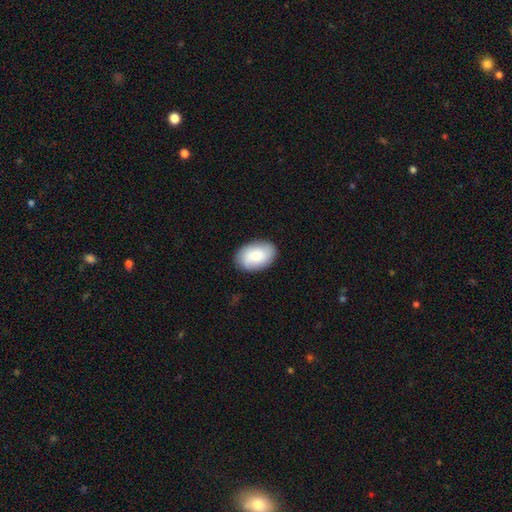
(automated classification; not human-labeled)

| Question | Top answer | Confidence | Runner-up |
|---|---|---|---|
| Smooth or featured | smooth | 78% | featured or disk (16%) |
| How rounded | in between | 89% | round (10%) |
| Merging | none | 86% | minor disturbance (11%) |